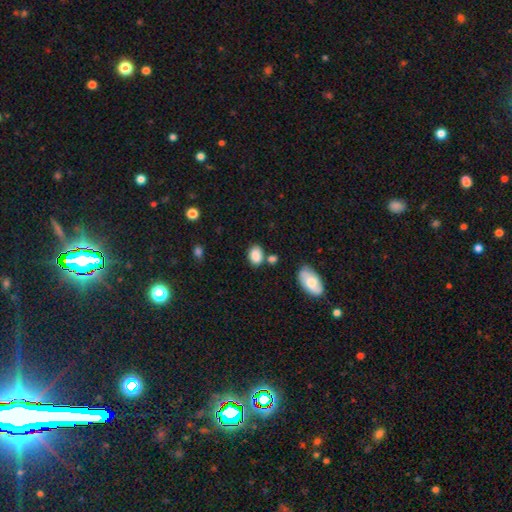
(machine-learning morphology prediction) Q: Smooth or featured?
A: smooth (86%); runner-up: star or artifact (8%)
Q: How rounded?
A: in between (81%); runner-up: round (18%)
Q: Merging?
A: none (65%); runner-up: minor disturbance (17%)